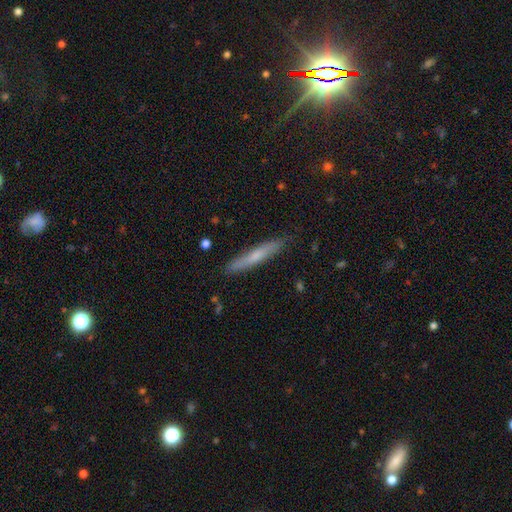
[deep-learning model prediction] Smooth or featured?
  - smooth: 58% *
  - featured or disk: 36%
  - star or artifact: 6%
How rounded?
  - cigar-shaped: 94% *
  - in between: 4%
  - round: 1%
Merging?
  - none: 87% *
  - minor disturbance: 10%
  - major disturbance: 2%
  - merger: 1%